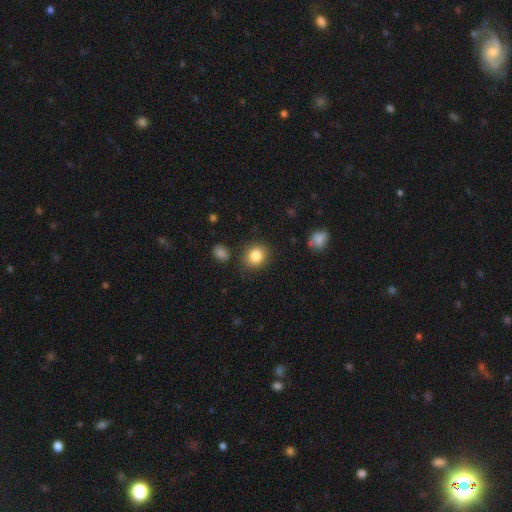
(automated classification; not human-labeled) Smooth or featured? smooth (85%)
How rounded? round (73%)
Merging? none (84%)